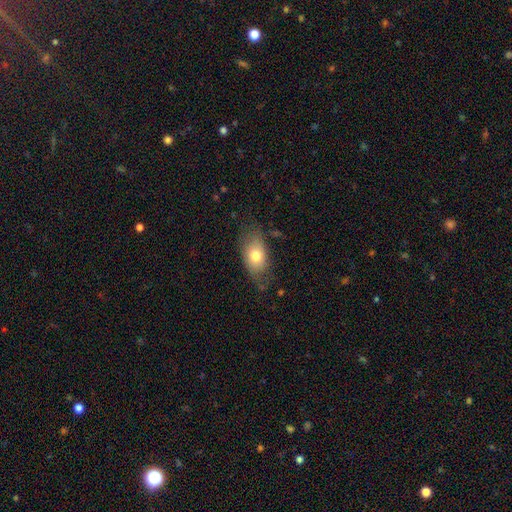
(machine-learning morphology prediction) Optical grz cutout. It shows a smooth galaxy with no disk features (73%) that is in between round and cigar-shaped (86%). Merging: none (64%).